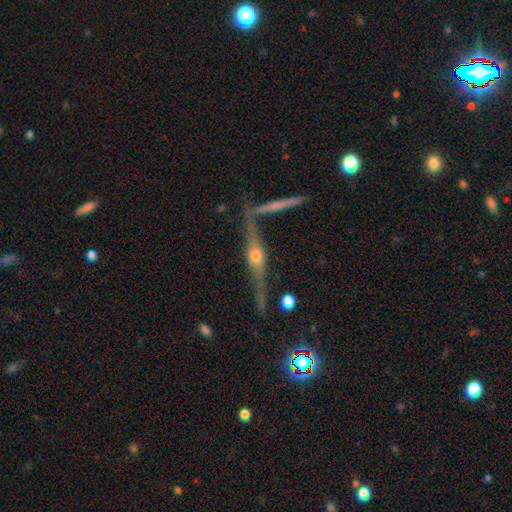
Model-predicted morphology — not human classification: This appears to be a featured or disk galaxy (82%) viewed edge-on (93%) with a rounded central bulge (92%). Merging: none (71%).